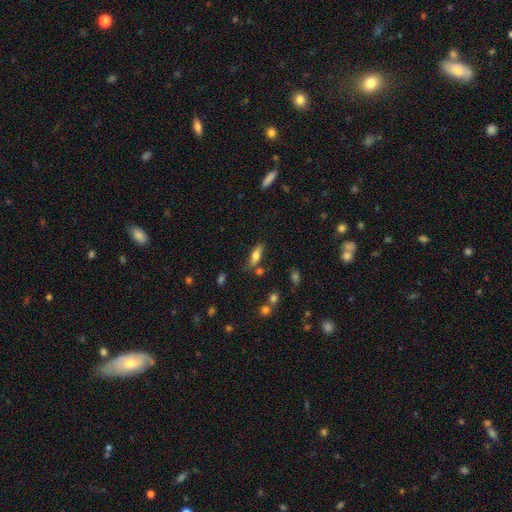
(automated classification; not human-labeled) Smooth or featured? smooth (69%)
How rounded? in between (64%)
Merging? none (67%)